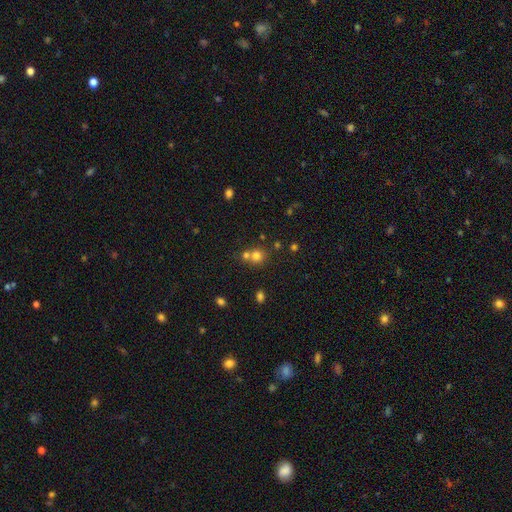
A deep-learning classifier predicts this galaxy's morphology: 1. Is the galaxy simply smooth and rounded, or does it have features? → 74% smooth, 17% star or artifact, 9% featured or disk.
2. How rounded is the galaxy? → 85% round, 14% in between, 1% cigar-shaped.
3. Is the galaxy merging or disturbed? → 51% none, 40% merger, 6% minor disturbance, 3% major disturbance.